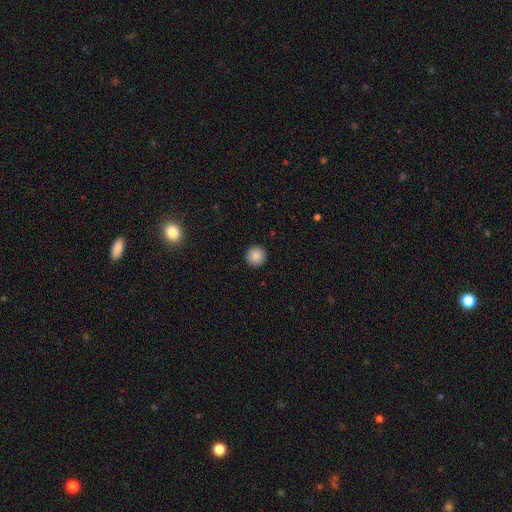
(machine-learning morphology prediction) Smooth or featured: smooth — 88% (star or artifact — 9%)
How rounded: round — 96% (in between — 3%)
Merging: none — 93% (minor disturbance — 5%)